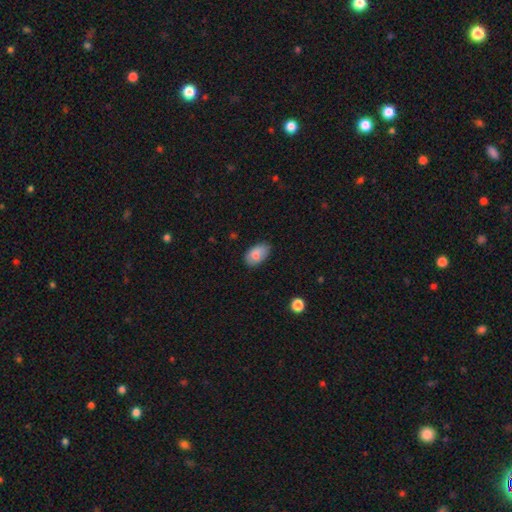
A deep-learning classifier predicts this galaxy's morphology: Q: Smooth or featured?
A: smooth (81%); runner-up: featured or disk (12%)
Q: How rounded?
A: in between (92%); runner-up: round (7%)
Q: Merging?
A: none (72%); runner-up: minor disturbance (23%)